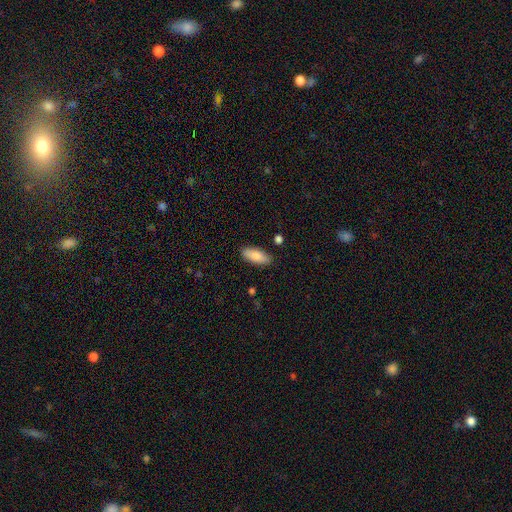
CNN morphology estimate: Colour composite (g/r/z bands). It shows a smooth galaxy with no disk features (86%) that is in between round and cigar-shaped (77%). Merging: none (86%).